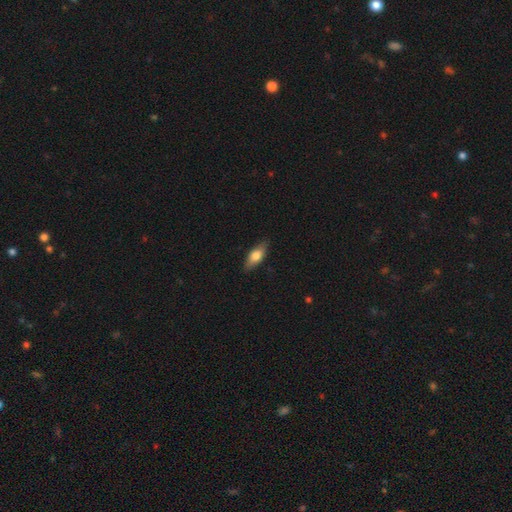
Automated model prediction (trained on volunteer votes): Smooth or featured?
  - smooth: 65% *
  - featured or disk: 29%
  - star or artifact: 6%
How rounded?
  - in between: 72% *
  - cigar-shaped: 24%
  - round: 4%
Merging?
  - none: 85% *
  - minor disturbance: 12%
  - major disturbance: 2%
  - merger: 1%